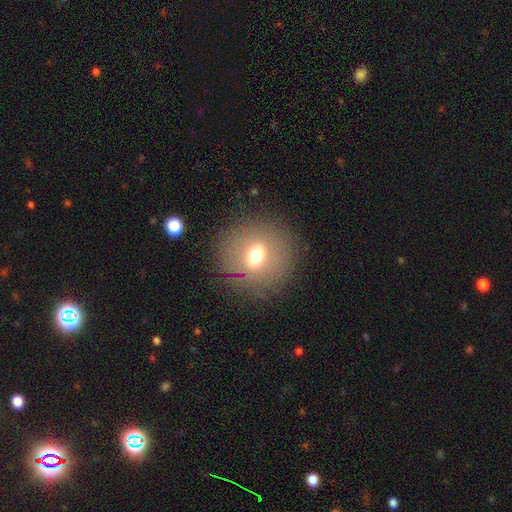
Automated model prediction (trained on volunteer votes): Smooth or featured: smooth — 53% (featured or disk — 33%)
How rounded: round — 76% (in between — 22%)
Merging: none — 83% (minor disturbance — 10%)